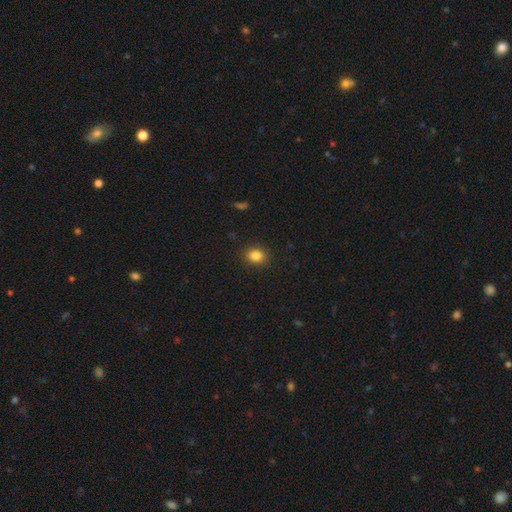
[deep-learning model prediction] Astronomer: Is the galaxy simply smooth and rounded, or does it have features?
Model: smooth — 84%.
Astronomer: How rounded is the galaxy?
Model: round — 56% (runner-up: in between, 43%).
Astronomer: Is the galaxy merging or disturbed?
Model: none — 89%.